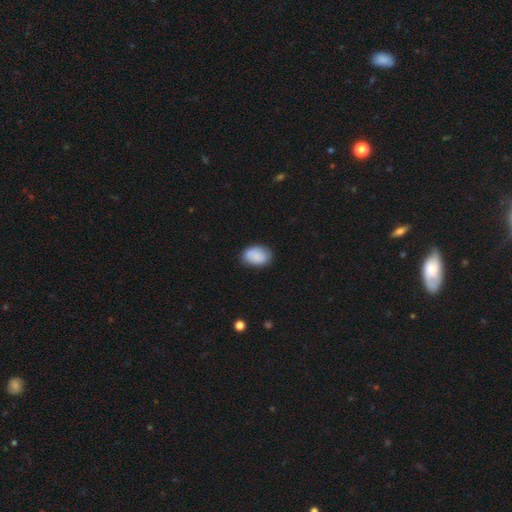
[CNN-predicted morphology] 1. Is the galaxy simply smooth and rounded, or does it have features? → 86% smooth, 7% featured or disk, 7% star or artifact.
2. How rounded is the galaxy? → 82% in between, 17% round, 1% cigar-shaped.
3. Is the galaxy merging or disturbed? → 79% none, 16% minor disturbance, 3% major disturbance, 2% merger.